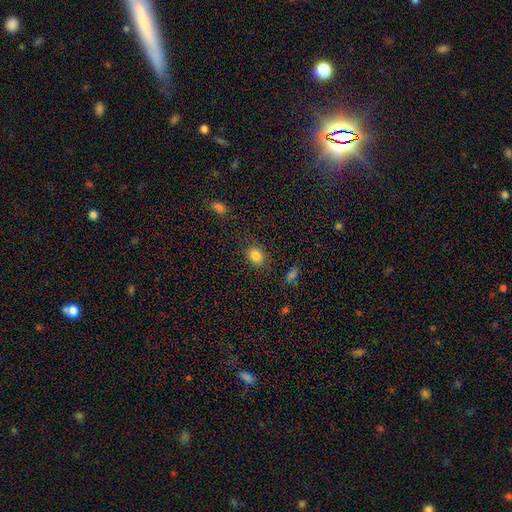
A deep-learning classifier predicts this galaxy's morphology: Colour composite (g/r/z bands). It shows a smooth galaxy with no disk features (84%) that is in between round and cigar-shaped (51%). Merging: none (83%).